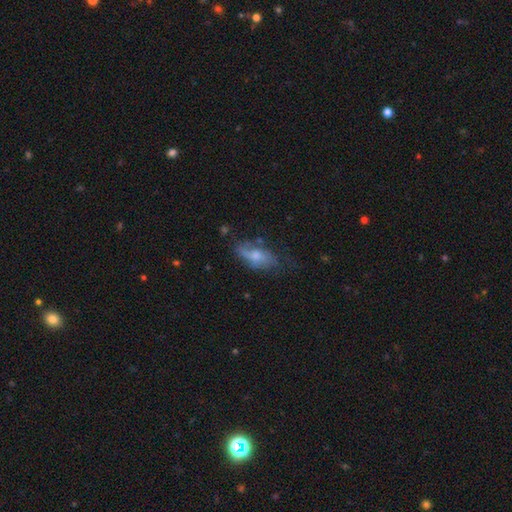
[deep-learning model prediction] This appears to be a smooth galaxy with no disk features (50%) that is in between round and cigar-shaped (82%). Merging: none (52%).